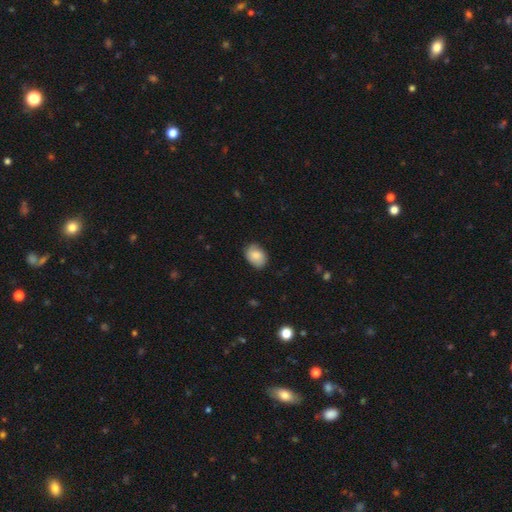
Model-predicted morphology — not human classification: A smooth galaxy with no disk features (83%) that is in between round and cigar-shaped (70%). Merging: none (77%).